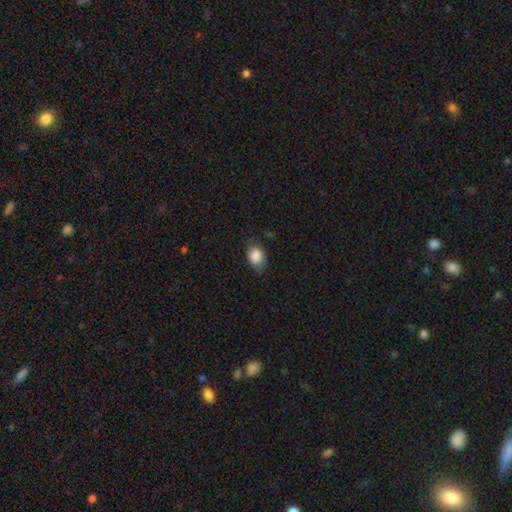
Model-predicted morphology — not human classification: smooth-or-featured: smooth: 85% | star or artifact: 8% | featured or disk: 8%
  how-rounded: in between: 75% | round: 24% | cigar-shaped: 1%
  merging: none: 70% | minor disturbance: 23% | major disturbance: 6% | merger: 1%